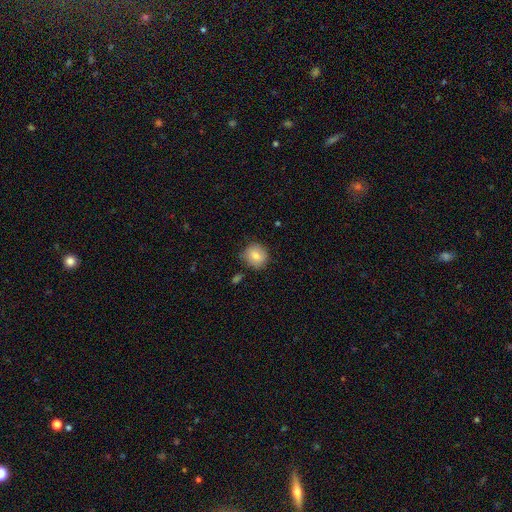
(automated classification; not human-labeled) Smooth or featured? smooth (80%)
How rounded? round (85%)
Merging? none (81%)